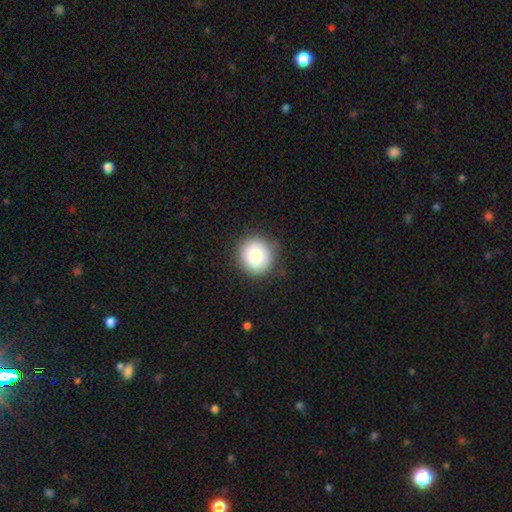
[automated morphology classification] The model was most divided on "smooth or featured": smooth: 80%, featured or disk: 11%, star or artifact: 9%. More confident: how rounded — round (91%); merging — none (87%).